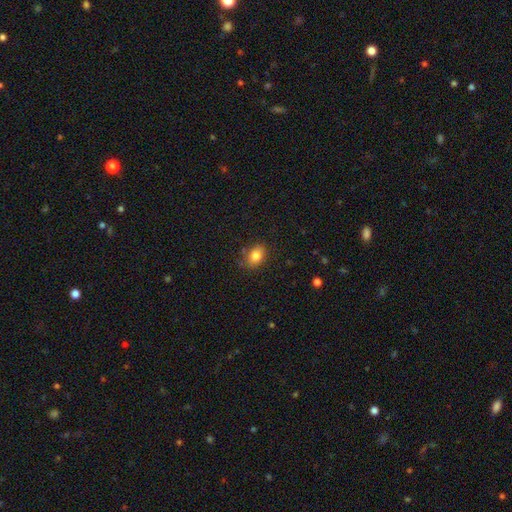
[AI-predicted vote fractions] smooth 83%, star or artifact 10%, featured or disk 7%. Down the decision tree: how rounded — in between (76%); merging — none (79%).